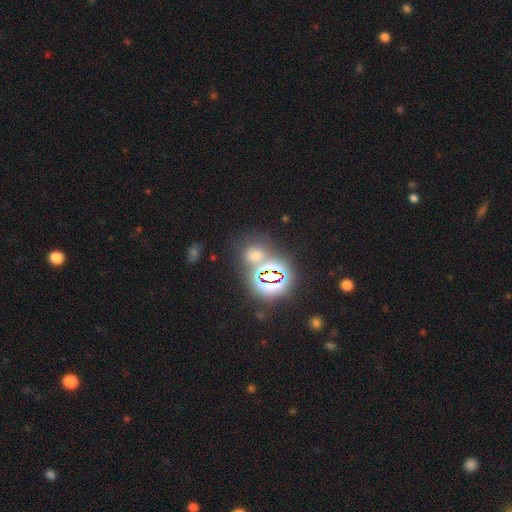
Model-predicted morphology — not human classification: This appears to be a star or artifact, not a galaxy (60%).